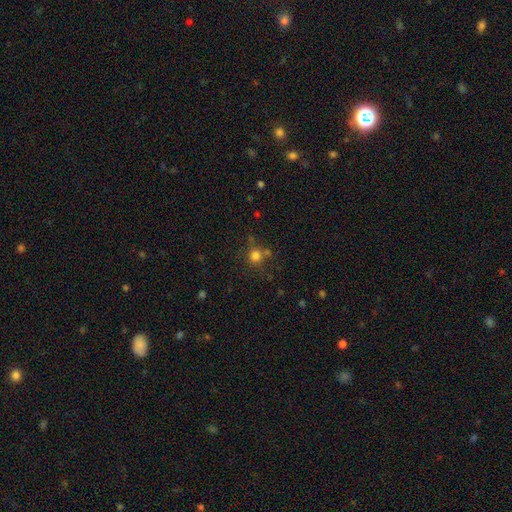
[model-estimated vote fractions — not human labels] Morphology: type=smooth (77%); roundness=round (90%); merging=none (69%).